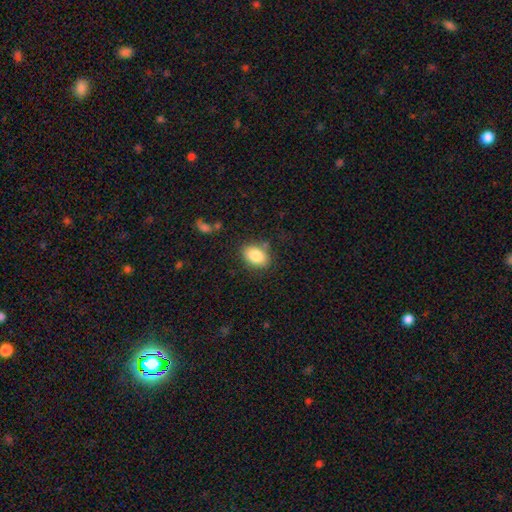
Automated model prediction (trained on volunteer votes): This appears to be a smooth galaxy with no disk features (85%) that is in between round and cigar-shaped (83%). Merging: none (79%).